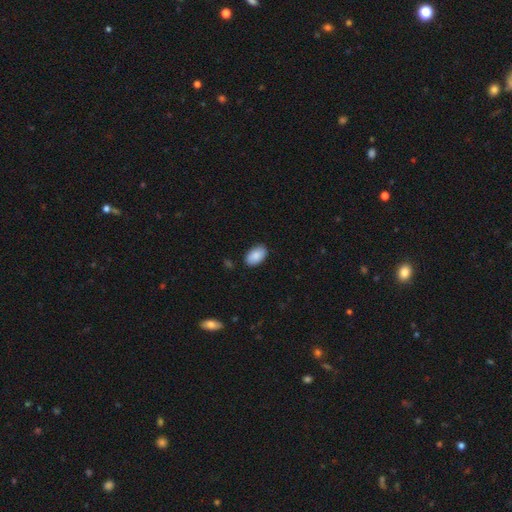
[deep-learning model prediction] smooth-or-featured: smooth: 89% | star or artifact: 6% | featured or disk: 5%
  how-rounded: in between: 94% | round: 5% | cigar-shaped: 1%
  merging: none: 86% | minor disturbance: 11% | major disturbance: 2% | merger: 1%